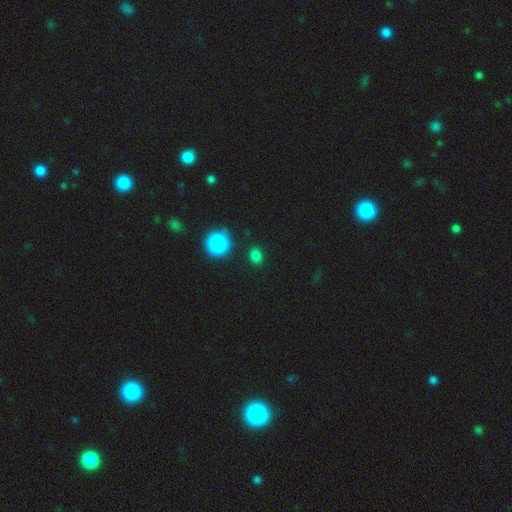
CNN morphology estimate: This appears to be a smooth galaxy with no disk features (75%) that is round (71%). Merging: none (89%).